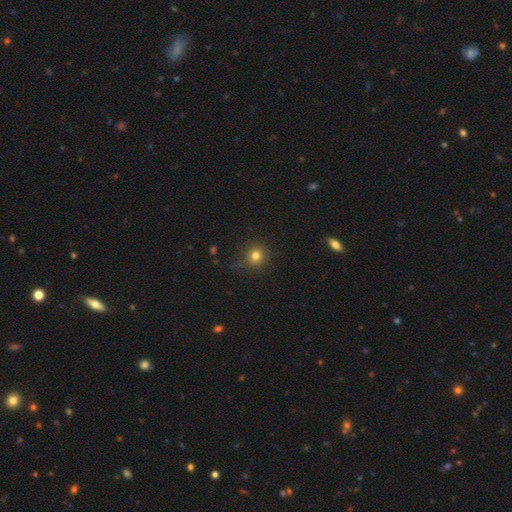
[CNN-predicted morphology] The model was most divided on "merging": none: 76%, minor disturbance: 17%, major disturbance: 6%, merger: 2%. More confident: how rounded — round (89%); smooth or featured — smooth (78%).